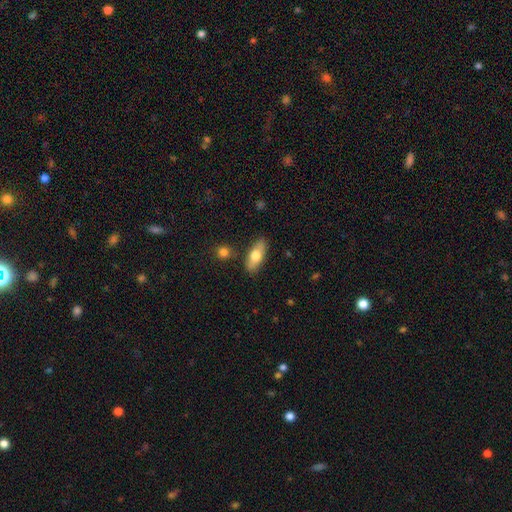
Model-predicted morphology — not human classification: smooth-or-featured: smooth: 69% | featured or disk: 25% | star or artifact: 6%
  how-rounded: in between: 75% | cigar-shaped: 22% | round: 3%
  merging: none: 84% | minor disturbance: 10% | merger: 3% | major disturbance: 2%